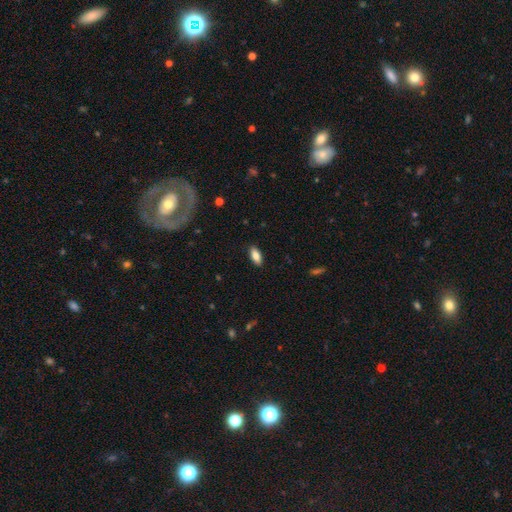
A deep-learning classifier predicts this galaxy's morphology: Smooth or featured: smooth — 84% (featured or disk — 10%)
How rounded: in between — 85% (cigar-shaped — 13%)
Merging: none — 88% (minor disturbance — 9%)